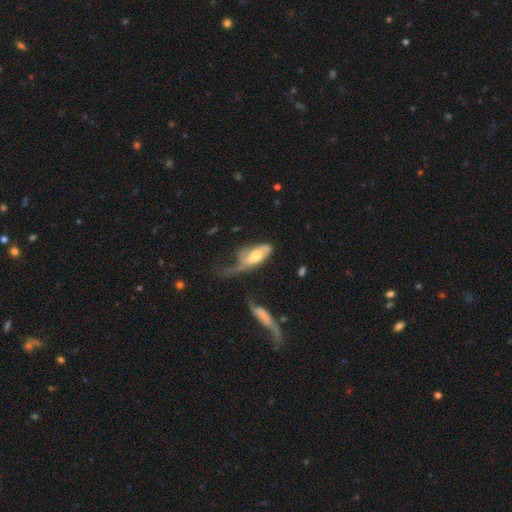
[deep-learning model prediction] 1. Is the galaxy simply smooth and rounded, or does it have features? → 54% featured or disk, 39% smooth, 6% star or artifact.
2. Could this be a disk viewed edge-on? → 85% no, 15% yes.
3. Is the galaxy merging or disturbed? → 48% major disturbance, 22% minor disturbance, 20% none, 10% merger.